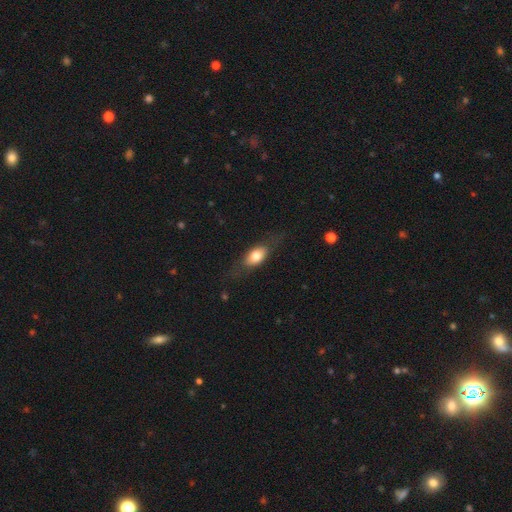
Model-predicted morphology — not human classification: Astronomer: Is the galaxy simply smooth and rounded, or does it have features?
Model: smooth — 70%.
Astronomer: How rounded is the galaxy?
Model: in between — 79%.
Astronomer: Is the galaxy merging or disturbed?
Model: none — 73%.